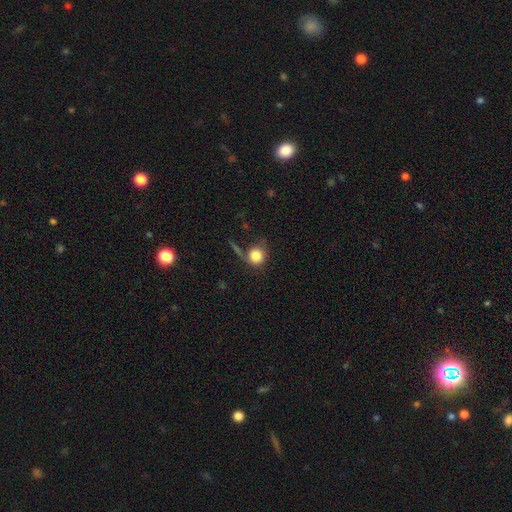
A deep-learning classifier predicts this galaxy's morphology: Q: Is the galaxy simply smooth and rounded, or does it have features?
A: smooth — 82%.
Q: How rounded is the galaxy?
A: round — 84%.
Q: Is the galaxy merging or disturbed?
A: none — 59%.